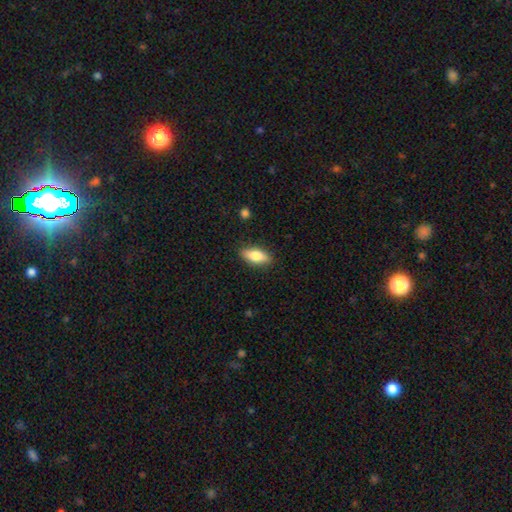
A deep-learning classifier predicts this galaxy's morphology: This is likely a smooth galaxy (73%). How rounded: likely in between (78%). Merging: clearly none (87%).